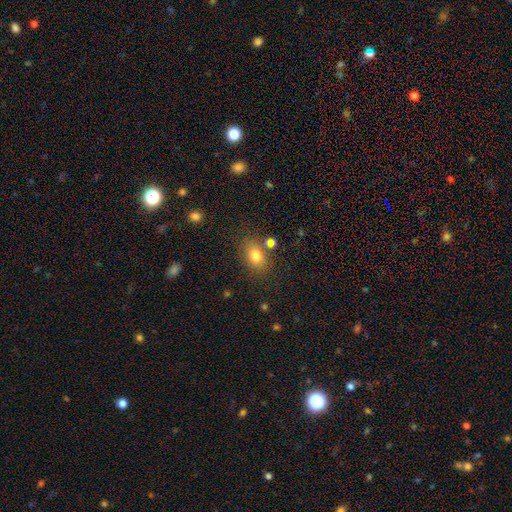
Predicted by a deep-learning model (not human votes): smooth 78%, star or artifact 11%, featured or disk 11%. Down the decision tree: how rounded — in between (77%); merging — none (74%).